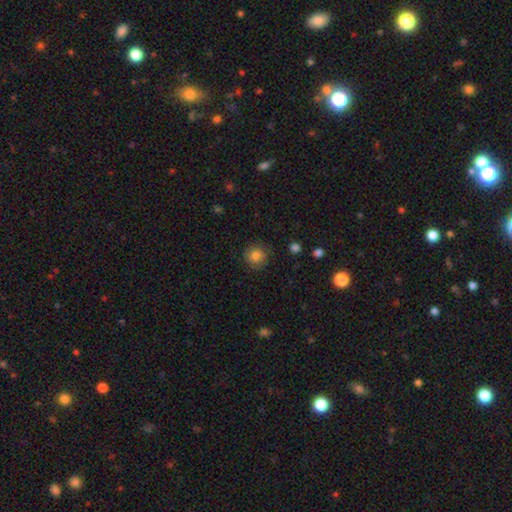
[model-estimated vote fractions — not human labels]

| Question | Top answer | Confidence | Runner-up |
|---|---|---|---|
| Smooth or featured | smooth | 83% | star or artifact (10%) |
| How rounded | round | 91% | in between (8%) |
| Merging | none | 85% | minor disturbance (11%) |